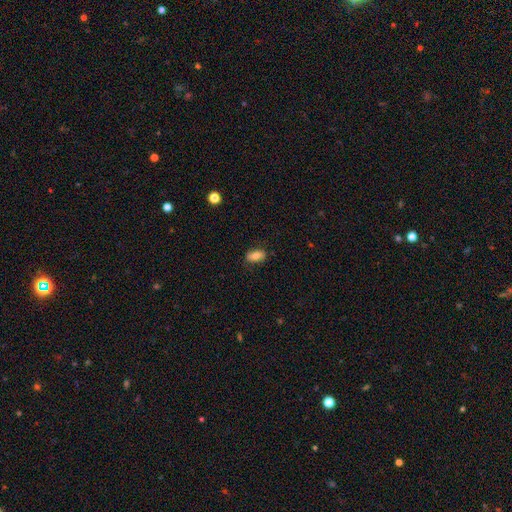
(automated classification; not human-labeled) Smooth or featured? Predicted: smooth (p=0.74). How rounded? Predicted: in between (p=0.88). Merging? Predicted: none (p=0.83).